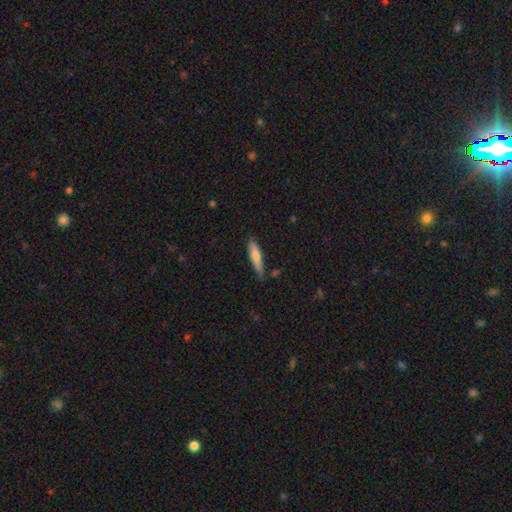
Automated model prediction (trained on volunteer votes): smooth-or-featured: smooth: 68% | featured or disk: 26% | star or artifact: 6%
  how-rounded: cigar-shaped: 83% | in between: 15% | round: 2%
  merging: none: 75% | minor disturbance: 19% | major disturbance: 3% | merger: 3%